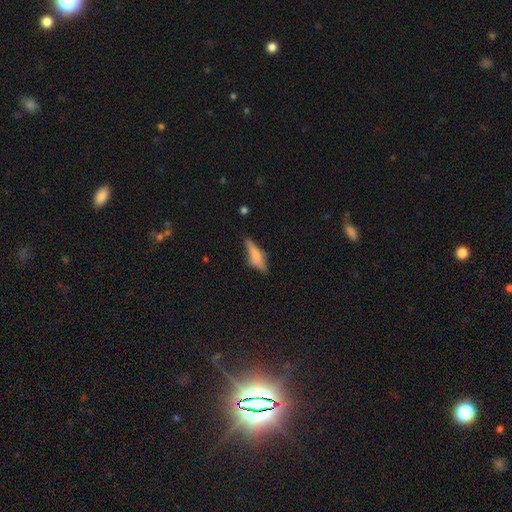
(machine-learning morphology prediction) This appears to be a smooth galaxy with no disk features (54%) that is cigar-shaped (58%). Merging: none (64%).